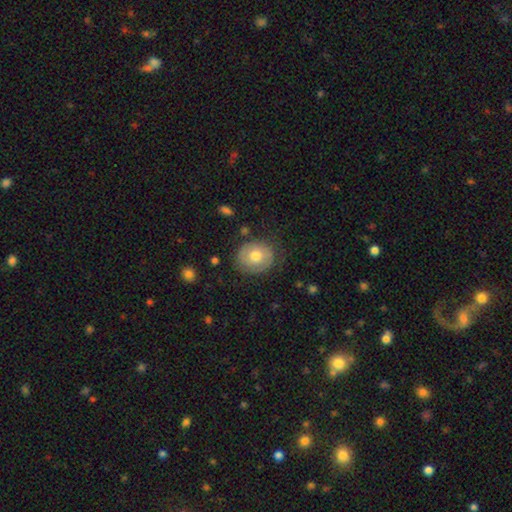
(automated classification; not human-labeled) Q: Smooth or featured?
A: smooth (59%); runner-up: featured or disk (34%)
Q: How rounded?
A: round (69%); runner-up: in between (30%)
Q: Merging?
A: none (76%); runner-up: minor disturbance (17%)